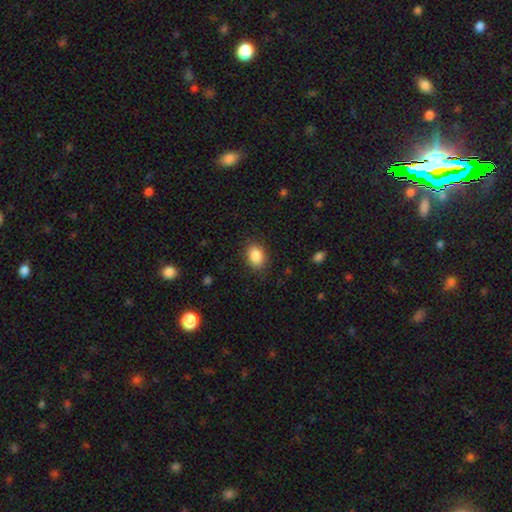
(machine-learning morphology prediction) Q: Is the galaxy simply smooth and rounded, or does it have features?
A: smooth — 88%.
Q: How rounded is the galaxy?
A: in between — 80%.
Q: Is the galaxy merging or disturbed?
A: none — 85%.